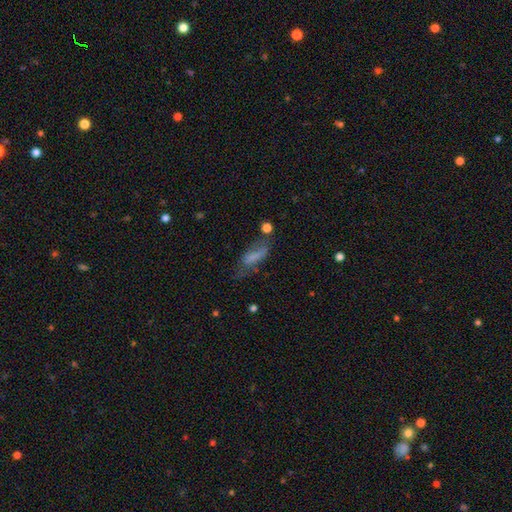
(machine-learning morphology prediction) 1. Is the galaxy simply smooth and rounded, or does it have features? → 52% smooth, 32% featured or disk, 16% star or artifact.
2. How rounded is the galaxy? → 55% in between, 41% cigar-shaped, 4% round.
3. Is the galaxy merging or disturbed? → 41% none, 26% minor disturbance, 26% major disturbance, 7% merger.